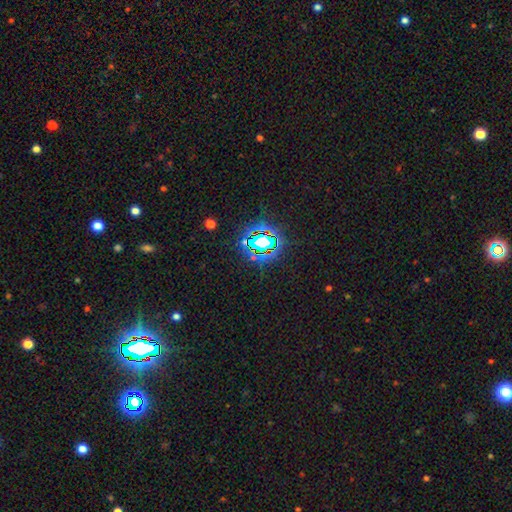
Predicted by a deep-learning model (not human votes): smooth-or-featured: star or artifact: 79% | smooth: 13% | featured or disk: 8%